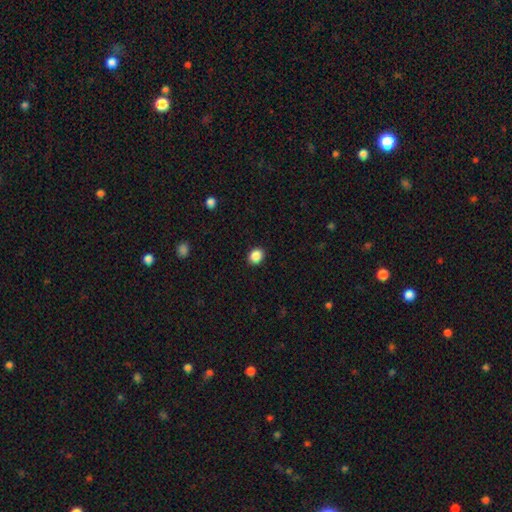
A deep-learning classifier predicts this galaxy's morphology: type=smooth (88%); roundness=round (69%); merging=none (91%).